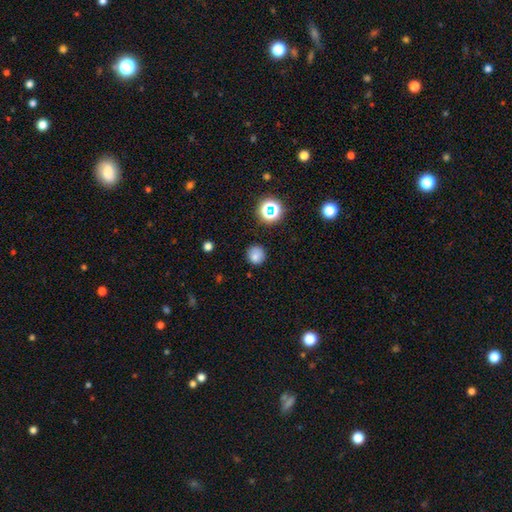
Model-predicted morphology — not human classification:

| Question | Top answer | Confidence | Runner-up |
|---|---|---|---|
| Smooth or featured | smooth | 76% | star or artifact (16%) |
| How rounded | round | 91% | in between (8%) |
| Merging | none | 83% | minor disturbance (12%) |